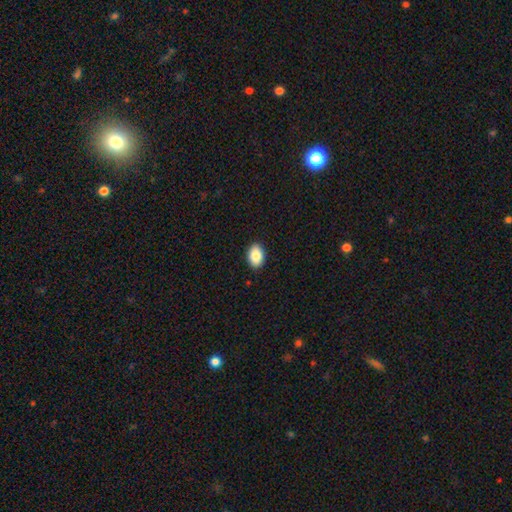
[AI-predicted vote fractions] smooth_or_featured: smooth (p=0.87) [alt: star or artifact p=0.07]
how_rounded: in between (p=0.86) [alt: round p=0.13]
merging: none (p=0.91) [alt: minor disturbance p=0.07]